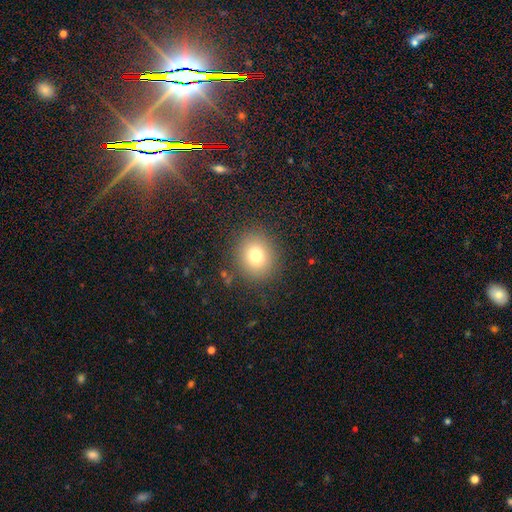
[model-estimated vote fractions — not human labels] smooth-or-featured: smooth: 78% | star or artifact: 12% | featured or disk: 9%
  how-rounded: round: 78% | in between: 21% | cigar-shaped: 1%
  merging: none: 87% | minor disturbance: 8% | major disturbance: 4% | merger: 2%